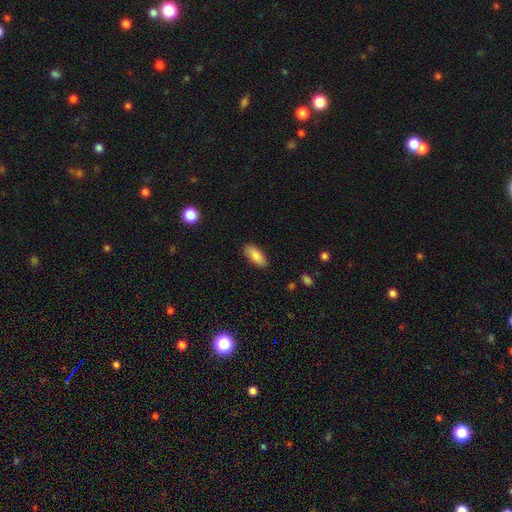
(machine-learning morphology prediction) A smooth galaxy with no disk features (85%) that is in between round and cigar-shaped (85%). Merging: none (86%).